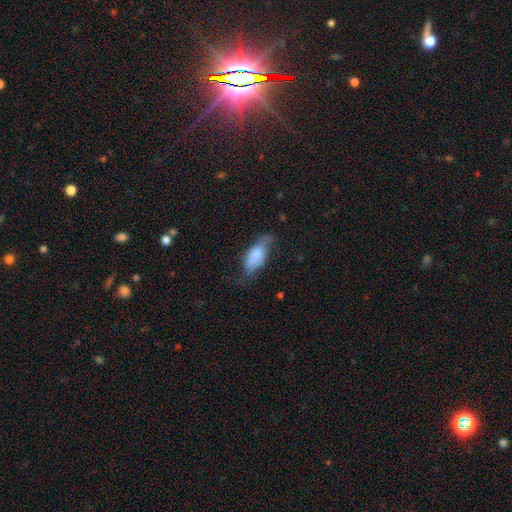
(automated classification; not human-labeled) Overall: smooth (73%). How rounded: in between (84%). Merging: minor disturbance (38%; none 37%).